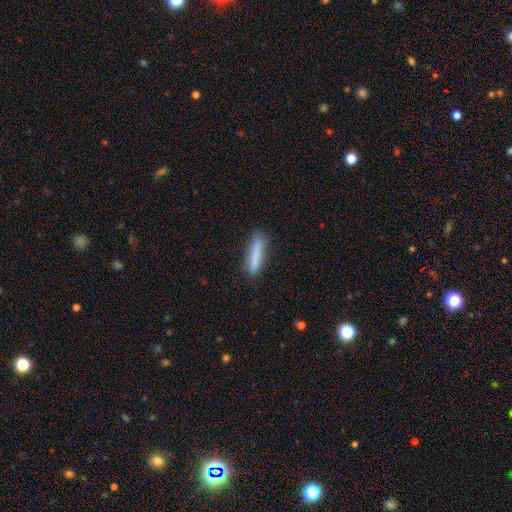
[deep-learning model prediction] Overall: smooth (83%). How rounded: cigar-shaped (86%). Merging: none (85%).